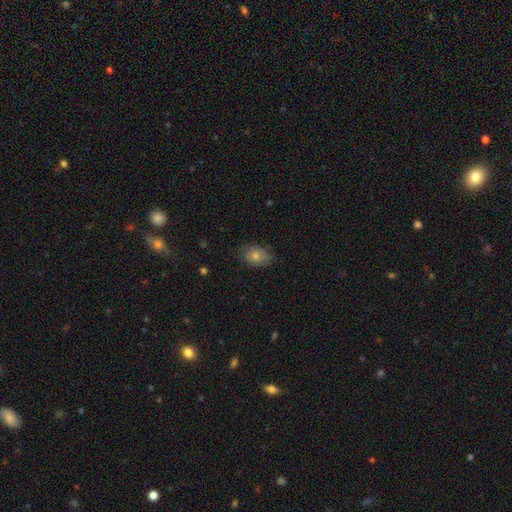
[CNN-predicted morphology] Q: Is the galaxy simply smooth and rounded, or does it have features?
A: smooth — 67%.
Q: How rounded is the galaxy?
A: in between — 78%.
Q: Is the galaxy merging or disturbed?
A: none — 81%.